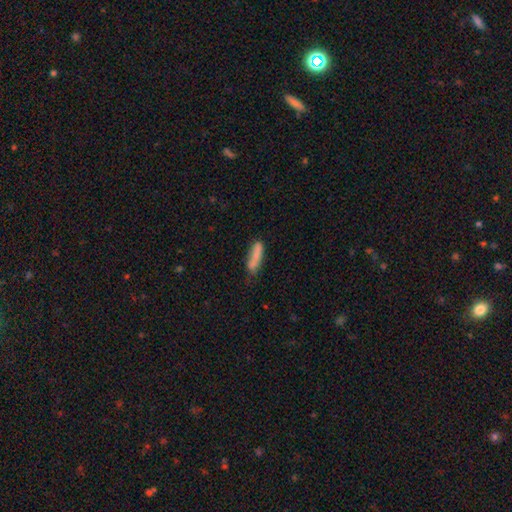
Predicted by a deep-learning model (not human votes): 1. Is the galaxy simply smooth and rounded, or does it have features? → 79% smooth, 14% featured or disk, 7% star or artifact.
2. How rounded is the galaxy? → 69% cigar-shaped, 29% in between, 2% round.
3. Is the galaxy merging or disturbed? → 60% none, 25% minor disturbance, 8% major disturbance, 7% merger.